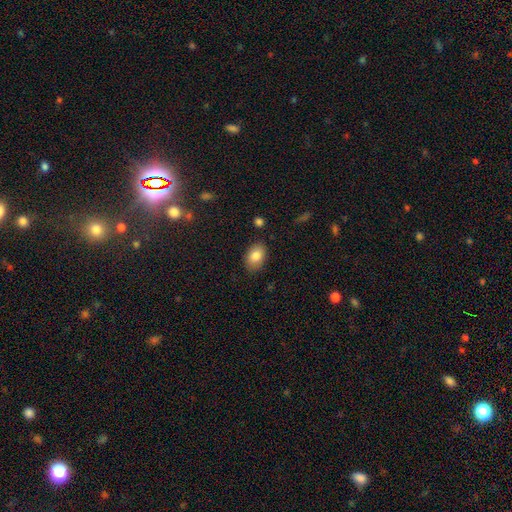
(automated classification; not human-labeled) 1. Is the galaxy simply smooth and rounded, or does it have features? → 84% smooth, 9% featured or disk, 8% star or artifact.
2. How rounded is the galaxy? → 87% in between, 12% round, 1% cigar-shaped.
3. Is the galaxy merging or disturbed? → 84% none, 12% minor disturbance, 3% major disturbance, 2% merger.